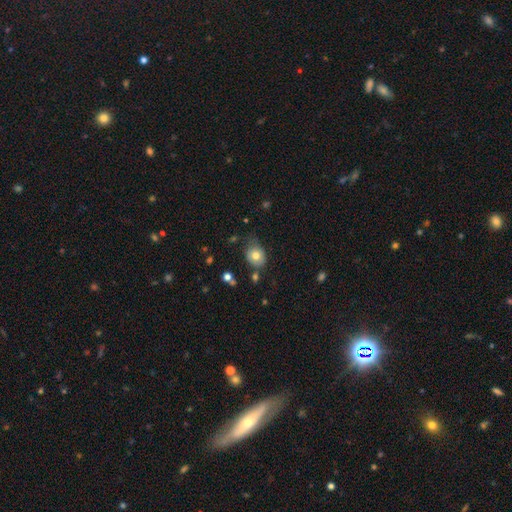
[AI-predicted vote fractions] Overall: smooth (77%). How rounded: round (53%; in between 46%). Merging: none (62%; minor disturbance 27%).